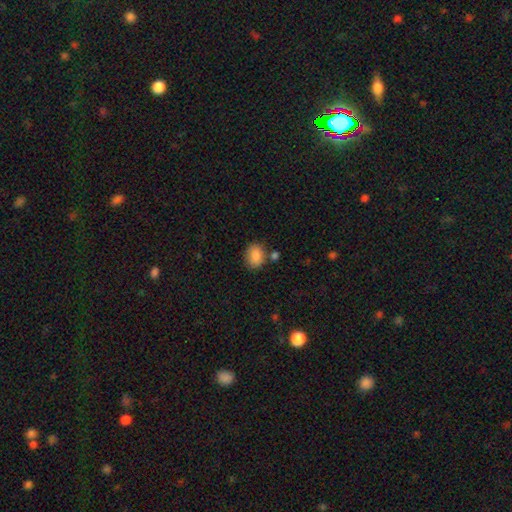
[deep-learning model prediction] Overall: smooth (87%). How rounded: in between (60%; round 39%). Merging: none (72%).